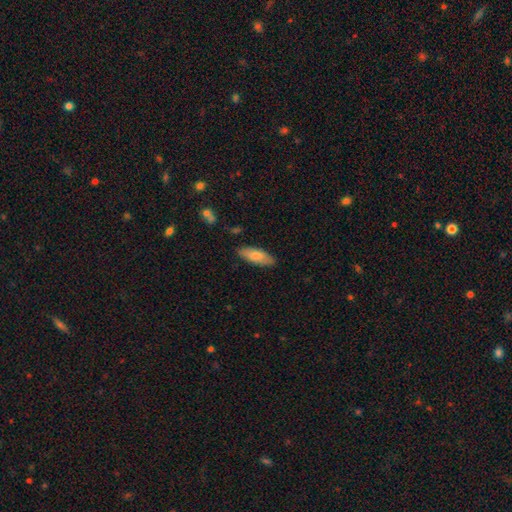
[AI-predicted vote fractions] This appears to be a smooth galaxy with no disk features (77%) that is in between round and cigar-shaped (65%). Merging: none (85%).